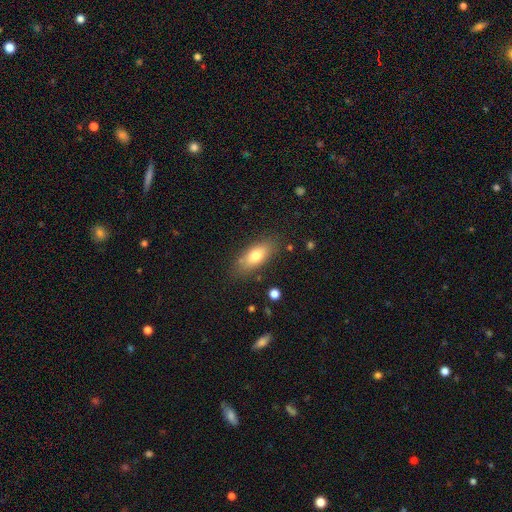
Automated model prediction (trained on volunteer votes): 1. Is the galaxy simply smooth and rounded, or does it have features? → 75% smooth, 17% featured or disk, 8% star or artifact.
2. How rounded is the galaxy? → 82% in between, 15% cigar-shaped, 4% round.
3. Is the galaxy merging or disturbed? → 81% none, 13% minor disturbance, 4% major disturbance, 2% merger.